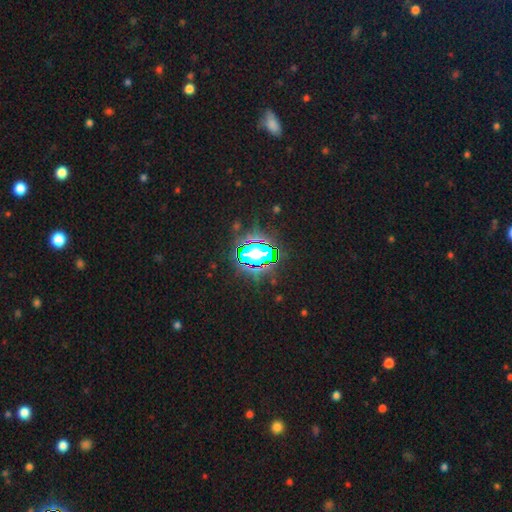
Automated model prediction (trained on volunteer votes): This appears to be a star or artifact, not a galaxy (82%).